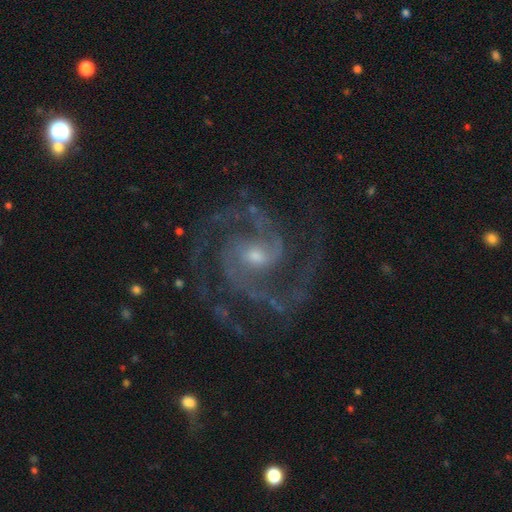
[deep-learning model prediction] A featured or disk galaxy (93%) with no bar (50%), 2 (71%) medium (58%) spiral arms (99%) and a small central bulge (52%).

Vote fractions:
- Smooth or featured? featured or disk: 93% / star or artifact: 4% / smooth: 2%
- Edge-on disk? no: 98% / yes: 2%
- Bar? no: 50% / weak: 39% / strong: 10%
- Spiral arms? yes: 99% / no: 1%
- Spiral winding? medium: 58% / tight: 33% / loose: 9%
- Spiral arm count? 2: 71% / 3: 15% / can't tell: 5% / 4: 4% / 1: 3% / more than 4: 3%
- Bulge size? small: 52% / moderate: 43% / large: 3% / none: 2% / dominant: 1%
- Merging? none: 75% / minor disturbance: 14% / major disturbance: 10% / merger: 2%